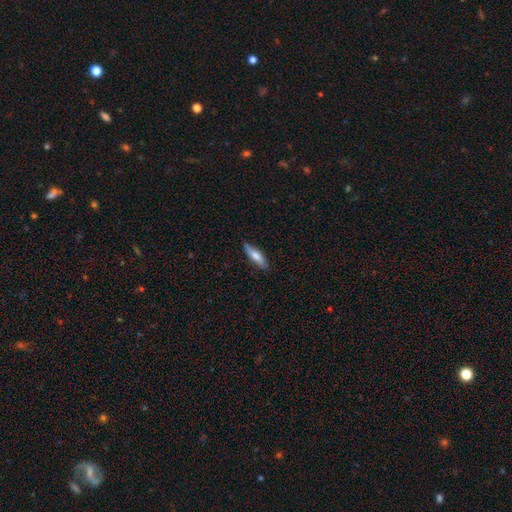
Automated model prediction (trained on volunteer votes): Smooth or featured? Predicted: smooth (p=0.70). How rounded? Predicted: cigar-shaped (p=0.57). Merging? Predicted: none (p=0.73).